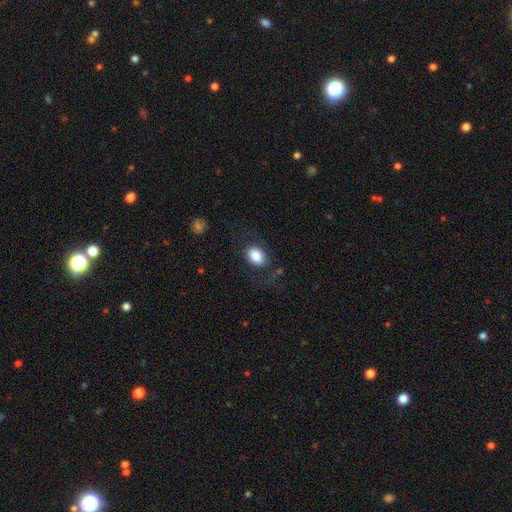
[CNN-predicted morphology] This appears to be a smooth galaxy with no disk features (83%) that is in between round and cigar-shaped (77%). Merging: none (74%).